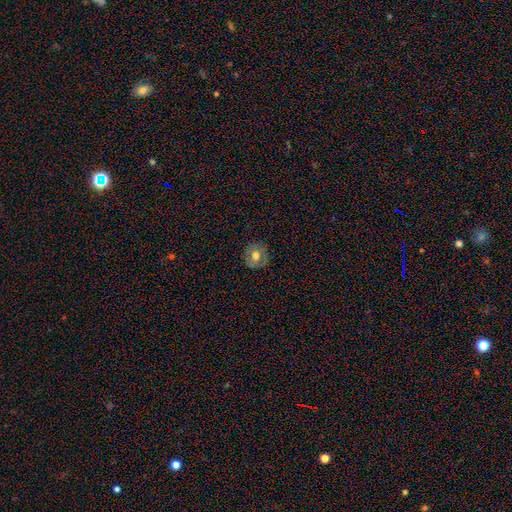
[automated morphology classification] The model was most divided on "smooth or featured": smooth: 57%, featured or disk: 34%, star or artifact: 9%. More confident: merging — none (84%); how rounded — round (82%).